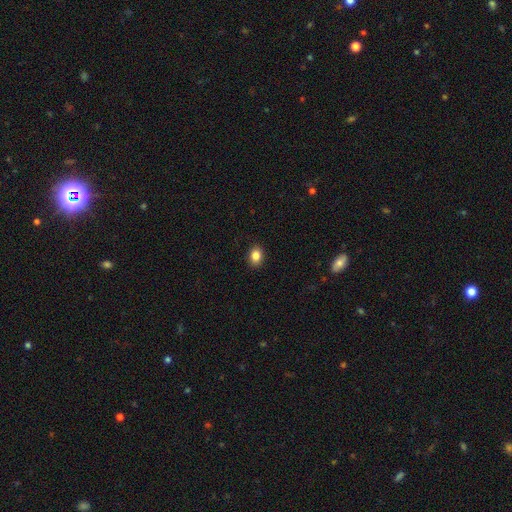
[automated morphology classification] Overall: smooth (85%). How rounded: in between (63%; round 36%). Merging: none (90%).